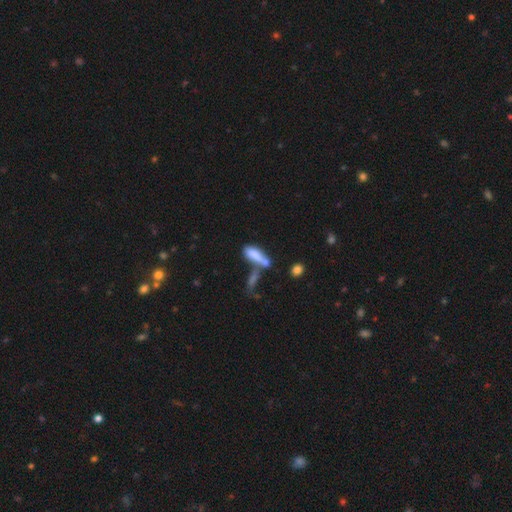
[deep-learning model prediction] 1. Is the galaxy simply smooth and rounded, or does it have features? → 72% smooth, 18% featured or disk, 9% star or artifact.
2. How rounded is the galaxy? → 54% in between, 43% cigar-shaped, 3% round.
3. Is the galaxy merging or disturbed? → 49% merger, 24% none, 14% minor disturbance, 13% major disturbance.